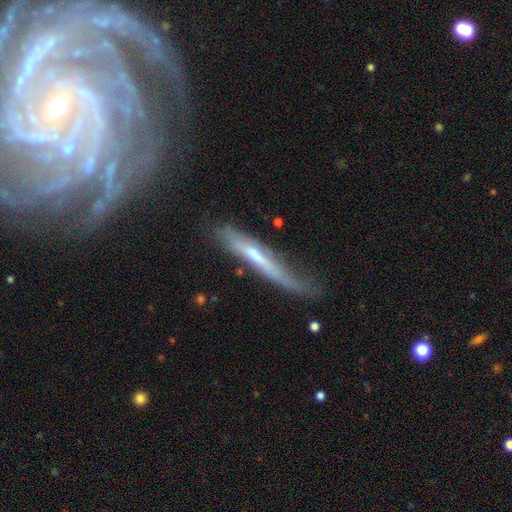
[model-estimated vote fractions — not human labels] Smooth or featured? Predicted: featured or disk (p=0.52). Edge-on disk? Predicted: yes (p=0.76). Merging? Predicted: none (p=0.43).